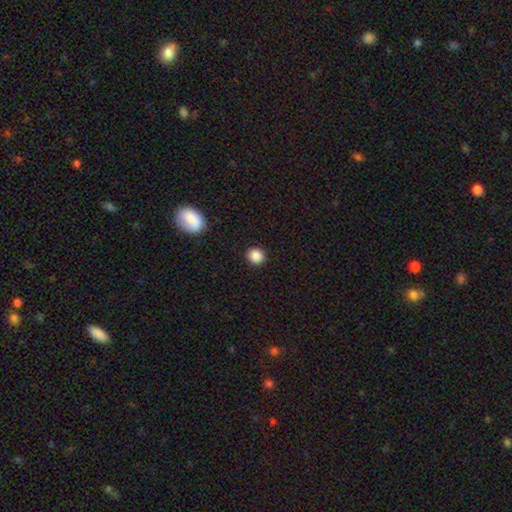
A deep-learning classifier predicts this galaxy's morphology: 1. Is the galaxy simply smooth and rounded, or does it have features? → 87% smooth, 10% star or artifact, 3% featured or disk.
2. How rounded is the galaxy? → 91% round, 8% in between, 1% cigar-shaped.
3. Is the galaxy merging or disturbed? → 92% none, 5% minor disturbance, 2% major disturbance, 1% merger.